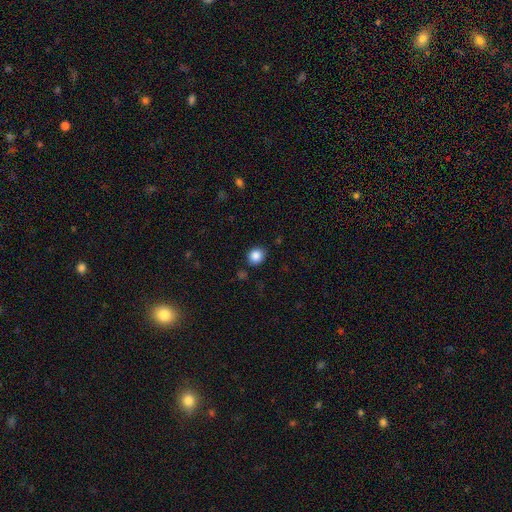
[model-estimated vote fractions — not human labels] smooth-or-featured: smooth: 87% | star or artifact: 10% | featured or disk: 4%
  how-rounded: round: 77% | in between: 22% | cigar-shaped: 1%
  merging: none: 86% | minor disturbance: 9% | major disturbance: 3% | merger: 2%